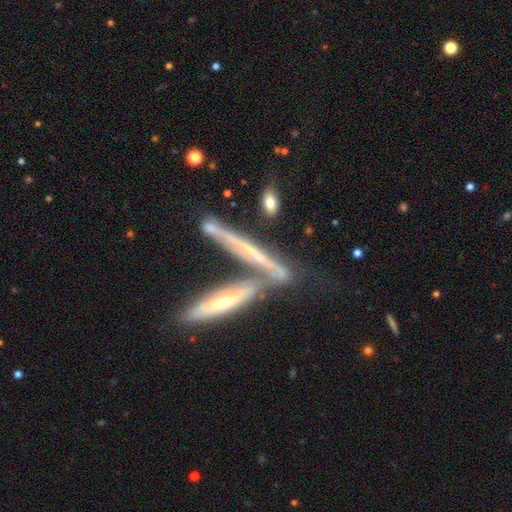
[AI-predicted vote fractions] The model was most divided on "edge-on bulge": none: 52%, rounded: 41%, boxy: 7%. More confident: edge-on disk — yes (87%); smooth or featured — featured or disk (67%); merging — none (50%).